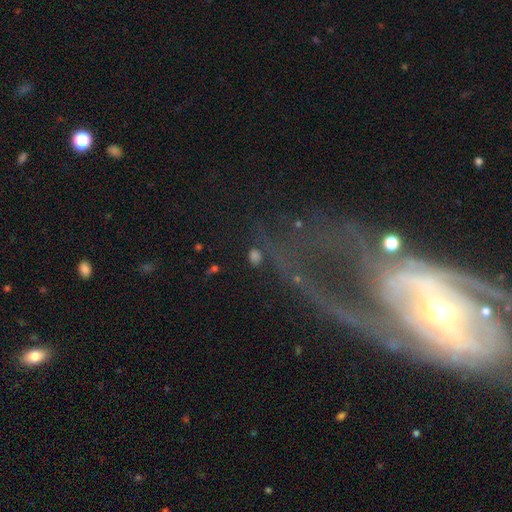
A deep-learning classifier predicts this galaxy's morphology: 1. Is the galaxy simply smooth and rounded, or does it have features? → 40% star or artifact, 38% smooth, 22% featured or disk.